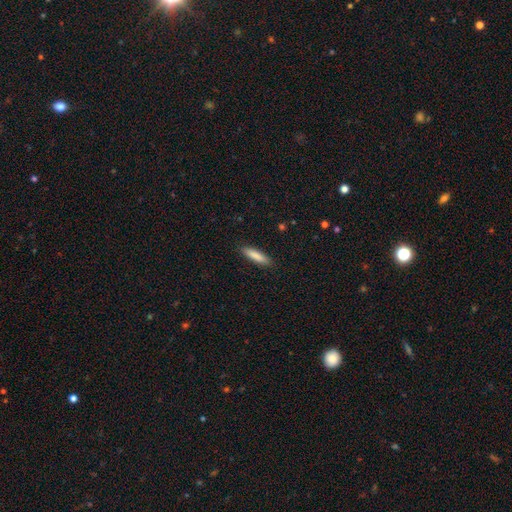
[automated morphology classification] Smooth or featured? Predicted: smooth (p=0.85). How rounded? Predicted: cigar-shaped (p=0.76). Merging? Predicted: none (p=0.89).